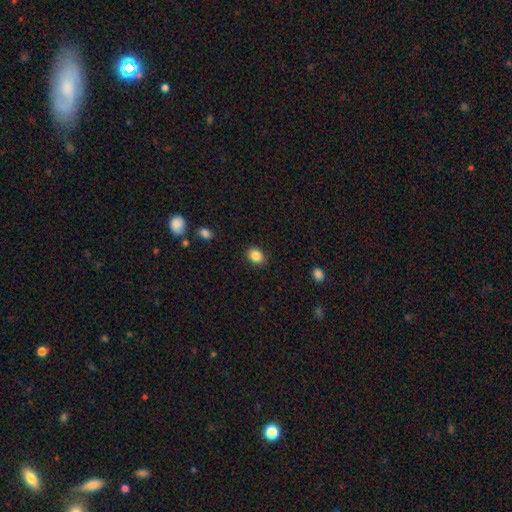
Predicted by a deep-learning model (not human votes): Smooth or featured? Predicted: smooth (p=0.86). How rounded? Predicted: in between (p=0.51). Merging? Predicted: none (p=0.89).